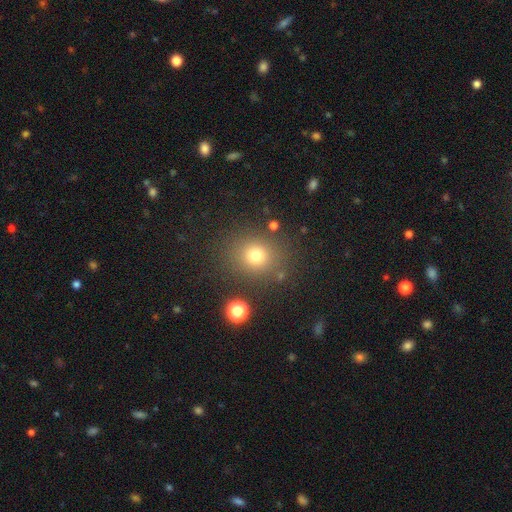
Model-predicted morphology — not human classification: A smooth galaxy with no disk features (75%) that is round (75%). Merging: none (83%).